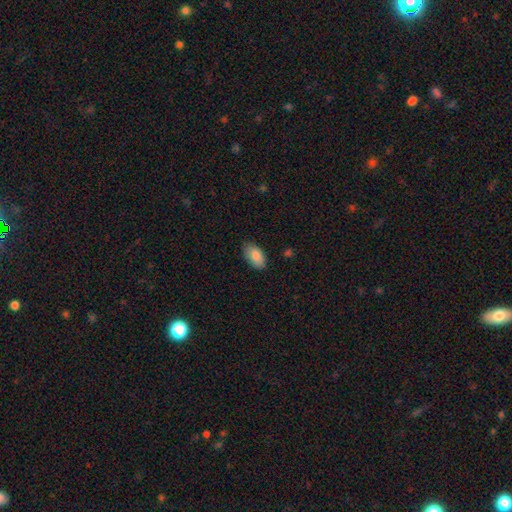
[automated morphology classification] Smooth or featured? Predicted: smooth (p=0.85). How rounded? Predicted: in between (p=0.94). Merging? Predicted: none (p=0.81).